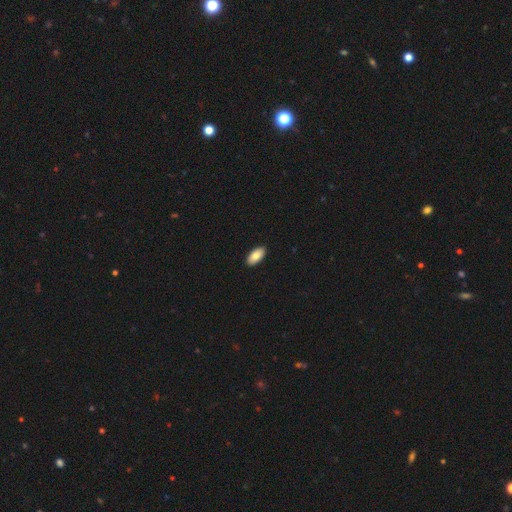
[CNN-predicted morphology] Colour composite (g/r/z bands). It shows a smooth galaxy with no disk features (85%) that is in between round and cigar-shaped (93%). Merging: none (91%).